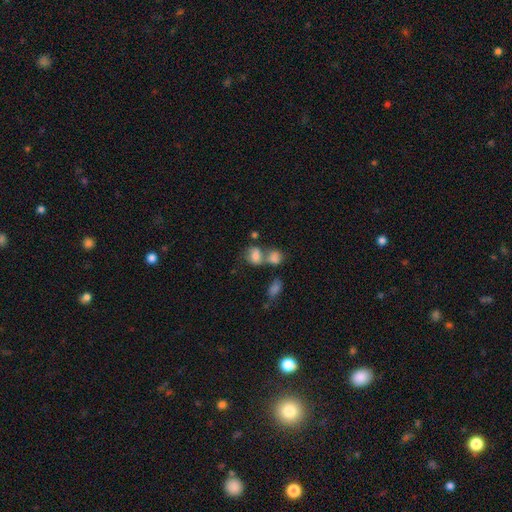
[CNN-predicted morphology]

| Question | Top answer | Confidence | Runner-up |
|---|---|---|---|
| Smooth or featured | smooth | 71% | featured or disk (18%) |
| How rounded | in between | 67% | round (32%) |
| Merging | merger | 53% | none (28%) |